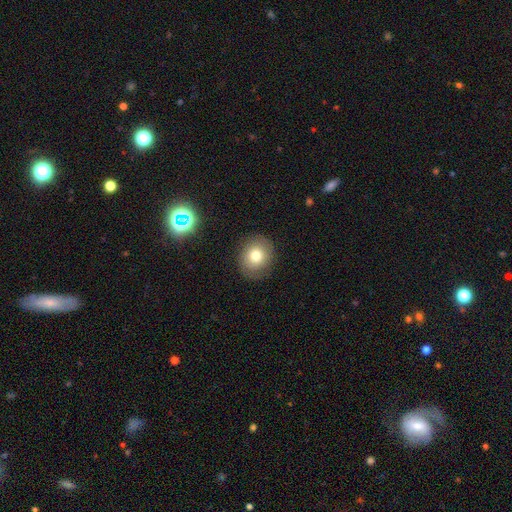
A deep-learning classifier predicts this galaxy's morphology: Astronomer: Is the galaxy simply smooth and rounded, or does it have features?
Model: smooth — 72%.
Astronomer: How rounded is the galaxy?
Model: round — 75%.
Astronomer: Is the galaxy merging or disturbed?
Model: none — 83%.